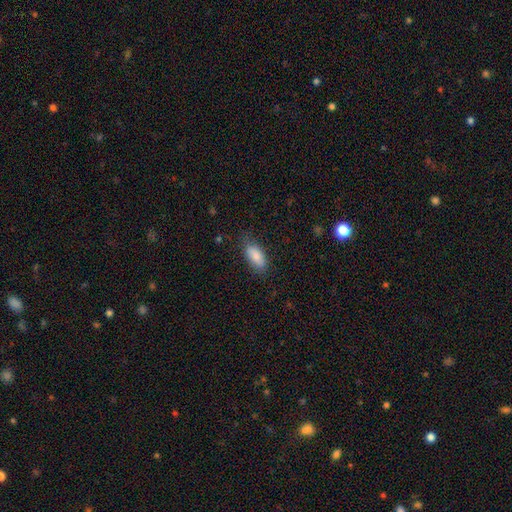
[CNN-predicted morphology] Overall: smooth (83%). How rounded: in between (87%). Merging: none (76%).